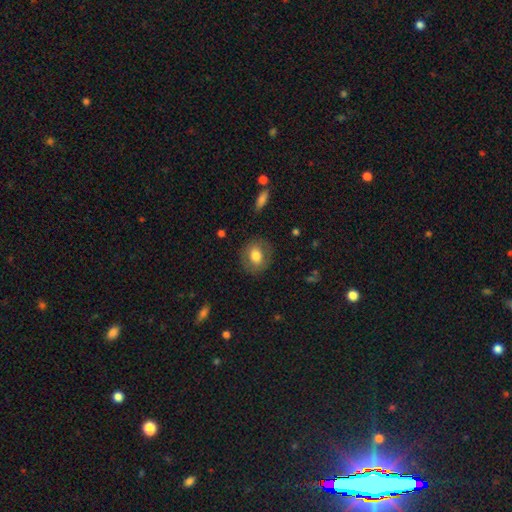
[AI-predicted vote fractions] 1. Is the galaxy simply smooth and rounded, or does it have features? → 73% smooth, 19% featured or disk, 8% star or artifact.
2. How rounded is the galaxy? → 72% round, 27% in between, 1% cigar-shaped.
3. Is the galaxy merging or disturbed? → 84% none, 11% minor disturbance, 4% major disturbance, 1% merger.